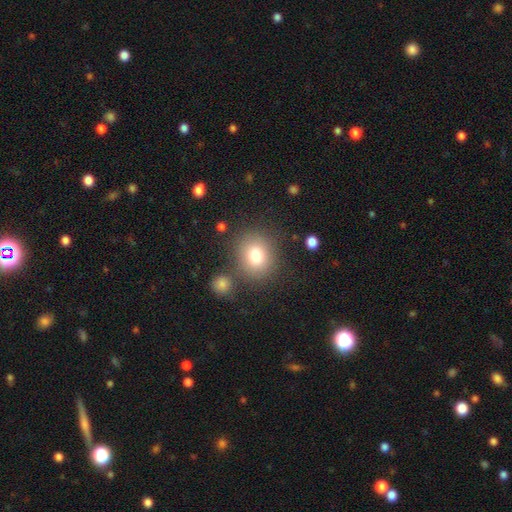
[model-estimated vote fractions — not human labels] Smooth or featured? smooth (78%)
How rounded? round (75%)
Merging? none (77%)